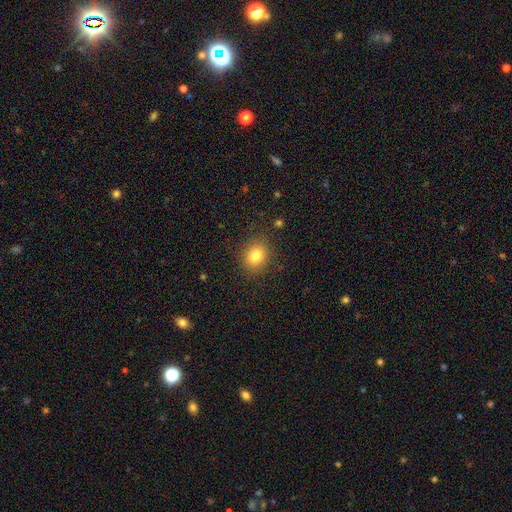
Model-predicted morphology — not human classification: A smooth galaxy with no disk features (80%) that is round (68%). Merging: none (87%).